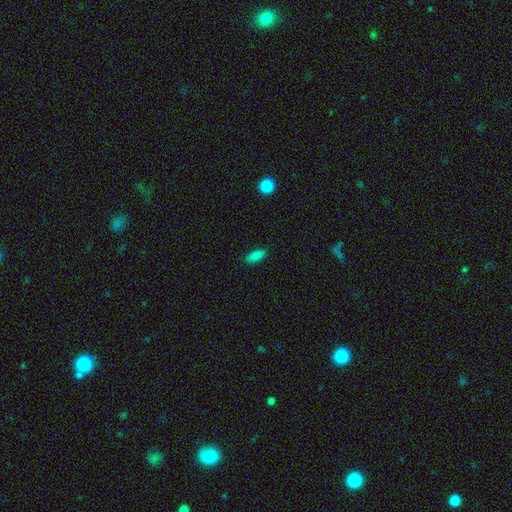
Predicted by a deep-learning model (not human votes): Smooth or featured? Predicted: smooth (p=0.82). How rounded? Predicted: in between (p=0.75). Merging? Predicted: none (p=0.86).